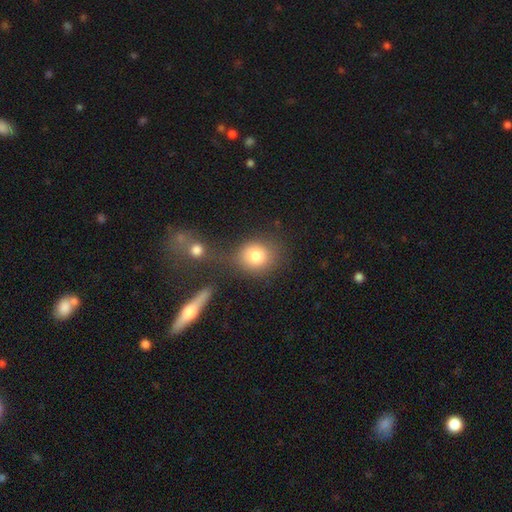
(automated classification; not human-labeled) This is likely a smooth galaxy (80%). How rounded: likely round (74%). Merging: likely none (61%).